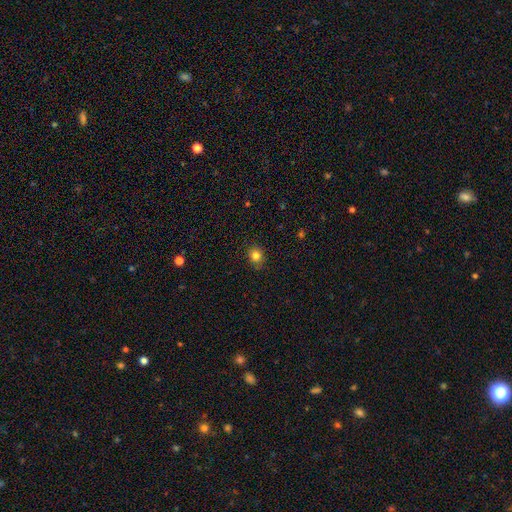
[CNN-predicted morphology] Overall: smooth (82%). How rounded: round (79%). Merging: none (85%).